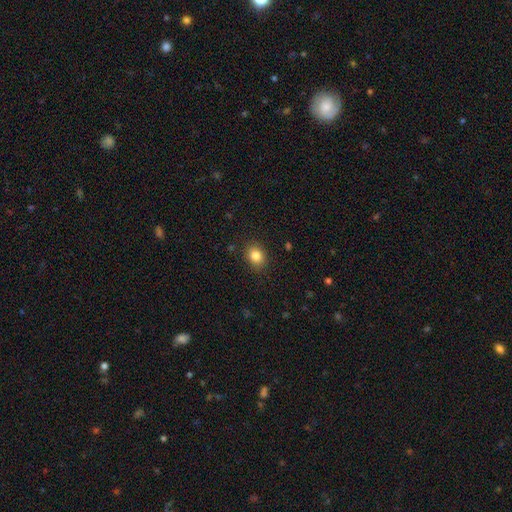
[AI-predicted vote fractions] Overall: smooth (84%). How rounded: round (55%; in between 44%). Merging: none (88%).